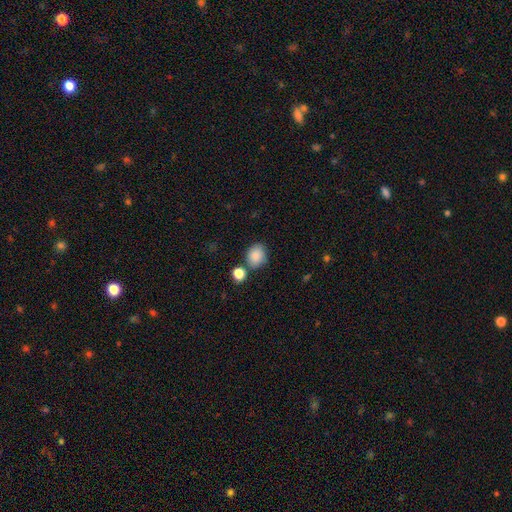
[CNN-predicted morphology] smooth-or-featured: smooth: 86% | star or artifact: 9% | featured or disk: 5%
  how-rounded: round: 61% | in between: 38% | cigar-shaped: 1%
  merging: none: 70% | minor disturbance: 15% | merger: 11% | major disturbance: 4%